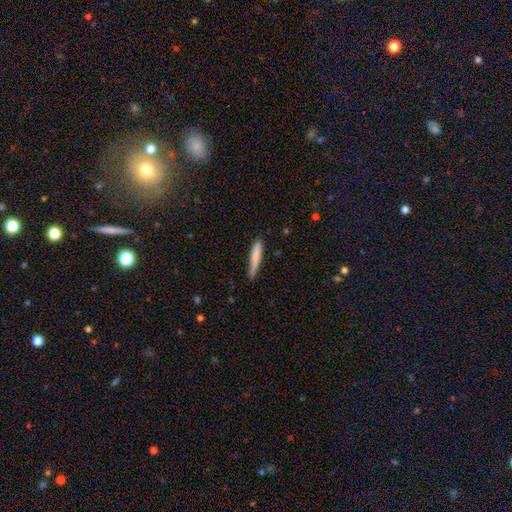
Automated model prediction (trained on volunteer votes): smooth_or_featured: smooth (p=0.78) [alt: featured or disk p=0.16]
how_rounded: cigar-shaped (p=0.93) [alt: in between p=0.06]
merging: none (p=0.72) [alt: minor disturbance p=0.22]